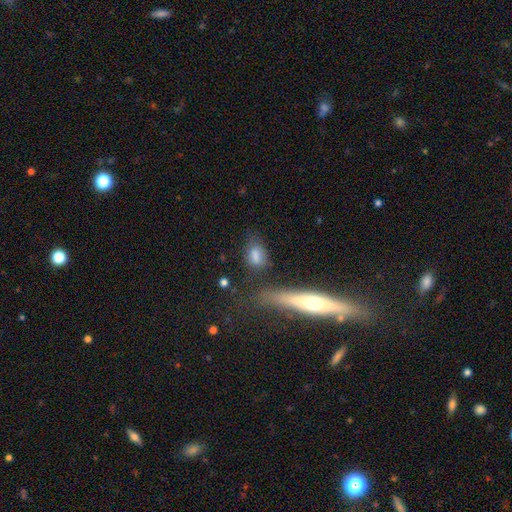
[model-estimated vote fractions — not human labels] Overall: smooth (76%). How rounded: in between (76%). Merging: none (54%; minor disturbance 22%).